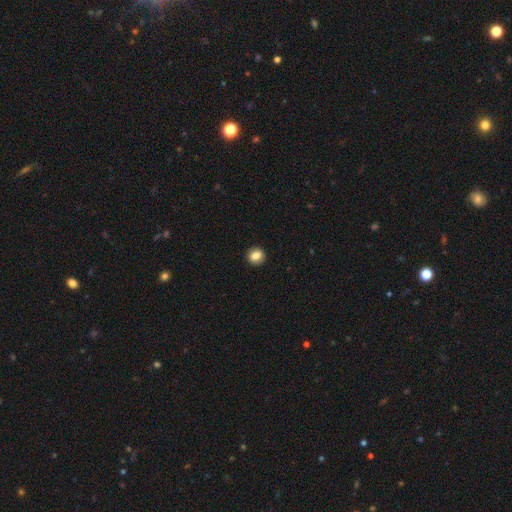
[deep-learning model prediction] smooth 83%, star or artifact 9%, featured or disk 8%. Down the decision tree: how rounded — round (73%); merging — none (90%).